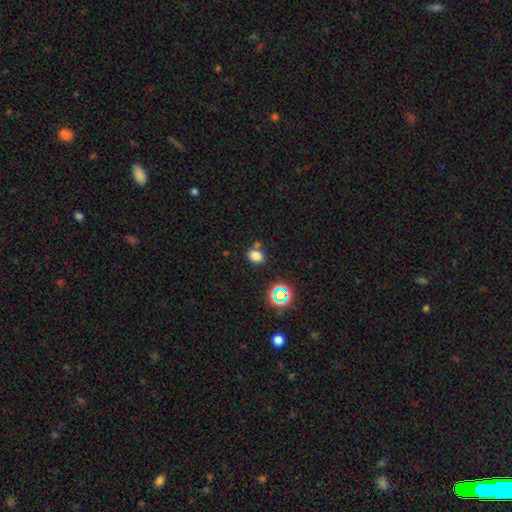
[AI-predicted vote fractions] Q: Smooth or featured?
A: smooth (76%); runner-up: star or artifact (17%)
Q: How rounded?
A: in between (73%); runner-up: round (26%)
Q: Merging?
A: none (70%); runner-up: merger (14%)